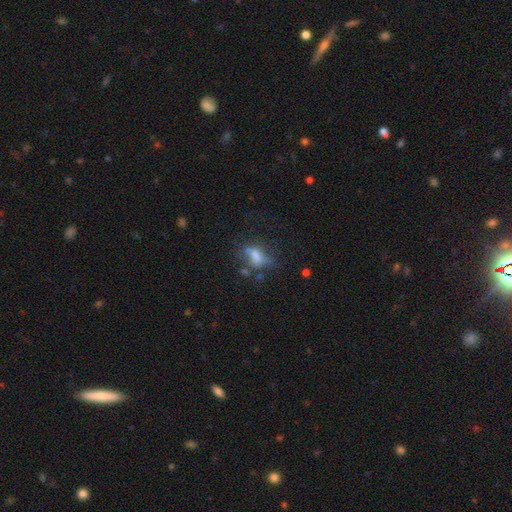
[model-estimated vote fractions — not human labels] Morphology: type=smooth (45%); merging=none (43%).